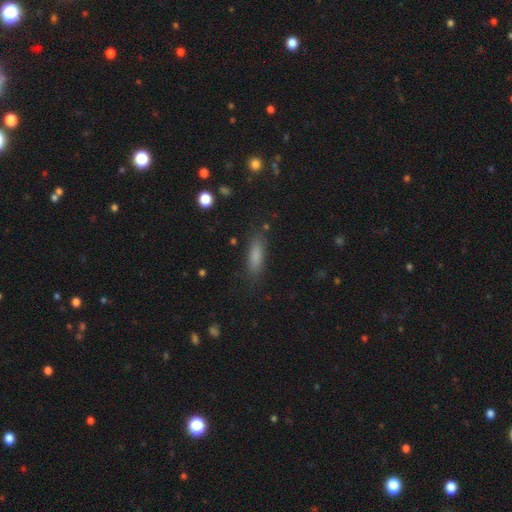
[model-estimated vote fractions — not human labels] Morphology: type=smooth (80%); roundness=cigar-shaped (51%); merging=none (81%).